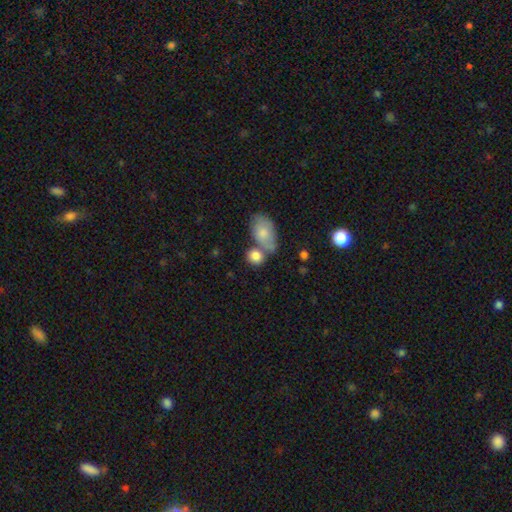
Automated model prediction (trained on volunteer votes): Smooth or featured: smooth — 83% (featured or disk — 9%)
How rounded: round — 56% (in between — 42%)
Merging: none — 48% (merger — 35%)